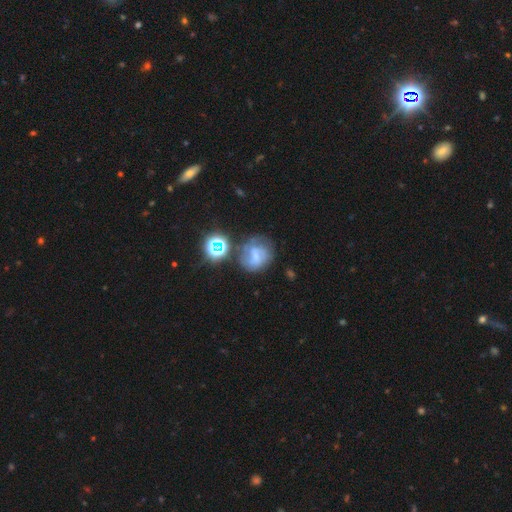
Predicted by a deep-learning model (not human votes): A smooth galaxy with no disk features (42%).

Vote fractions:
- Smooth or featured? smooth: 42% / featured or disk: 38% / star or artifact: 20%
- Merging? none: 50% / minor disturbance: 24% / major disturbance: 16% / merger: 10%